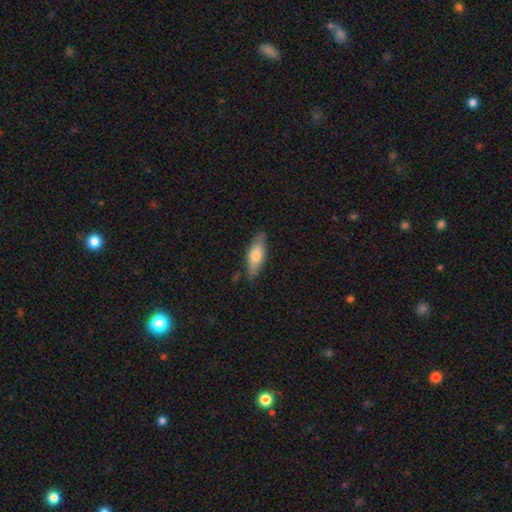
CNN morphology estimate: A smooth galaxy with no disk features (66%) that is in between round and cigar-shaped (64%). Merging: none (79%).